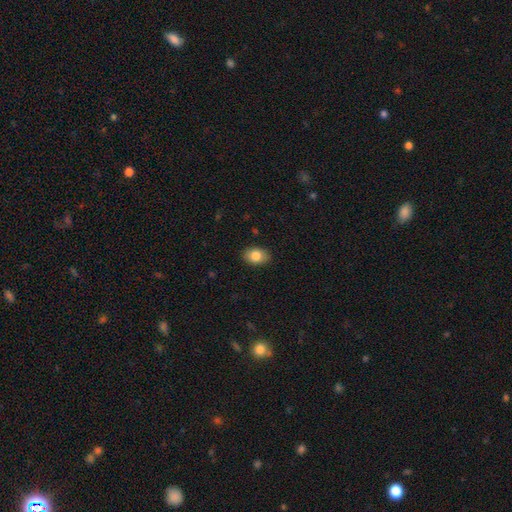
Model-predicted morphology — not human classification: type=smooth (83%); roundness=in between (77%); merging=none (87%).